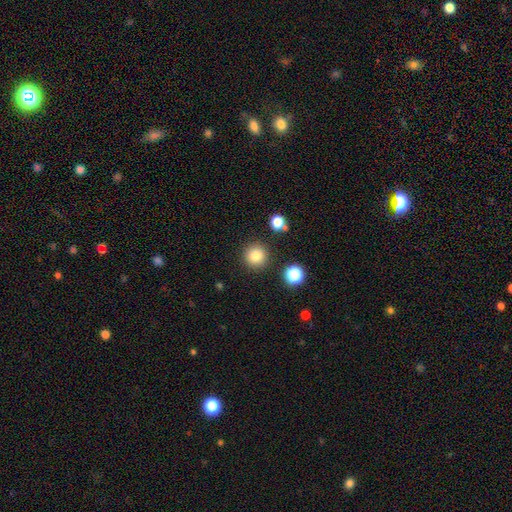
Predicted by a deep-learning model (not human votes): Smooth or featured? smooth (82%)
How rounded? round (95%)
Merging? none (89%)